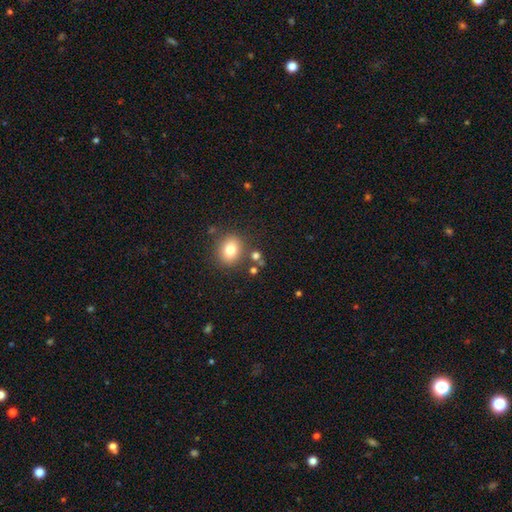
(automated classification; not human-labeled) This appears to be a smooth galaxy with no disk features (77%) that is round (64%). Merging: none (76%).